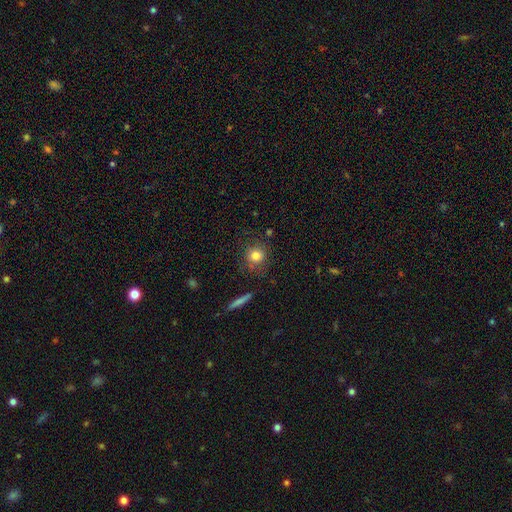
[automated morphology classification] Smooth or featured: smooth — 79% (featured or disk — 11%)
How rounded: round — 89% (in between — 10%)
Merging: none — 78% (minor disturbance — 14%)